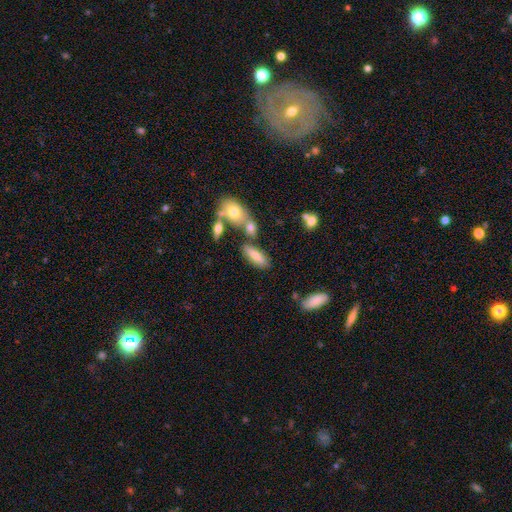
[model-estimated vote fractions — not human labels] Overall: smooth (70%). How rounded: in between (60%; cigar-shaped 36%). Merging: none (64%).